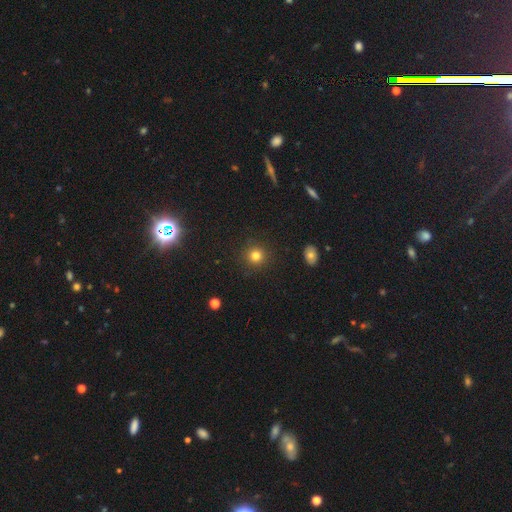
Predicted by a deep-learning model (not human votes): smooth 81%, star or artifact 13%, featured or disk 6%. Down the decision tree: how rounded — round (93%); merging — none (90%).